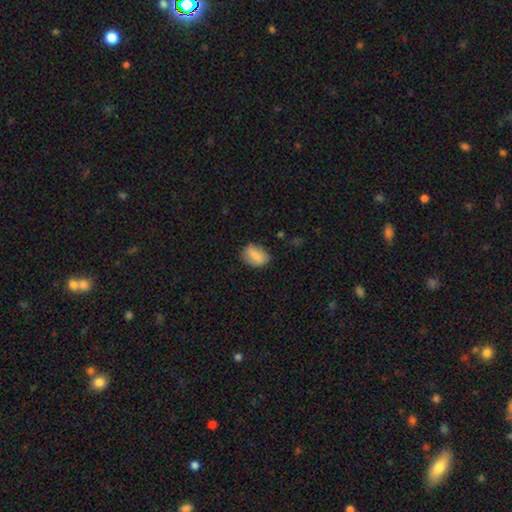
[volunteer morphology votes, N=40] Smooth or featured?
  - smooth: 90% *
  - featured or disk: 8%
  - star or artifact: 2%
How rounded?
  - in between: 69% *
  - round: 31%
  - cigar-shaped: 0%
Merging?
  - none: 69% *
  - minor disturbance: 23%
  - merger: 5%
  - major disturbance: 3%